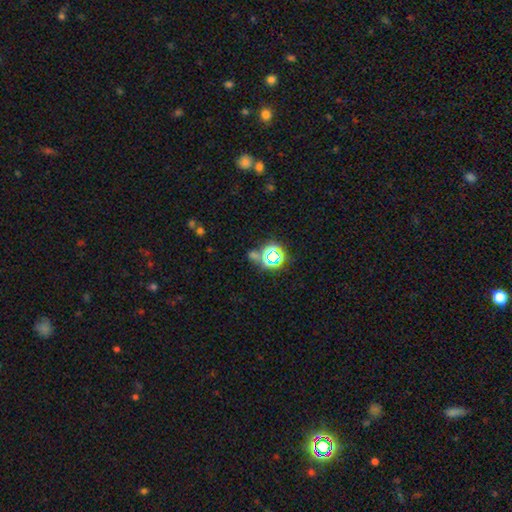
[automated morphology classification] The model was most divided on "smooth or featured": star or artifact: 63%, smooth: 28%, featured or disk: 9%.